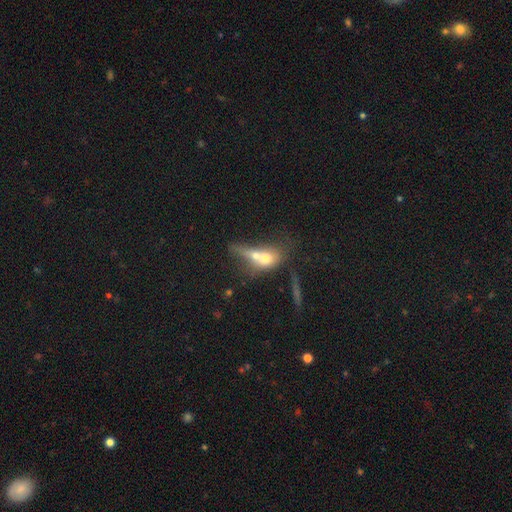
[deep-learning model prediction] smooth 59%, featured or disk 31%, star or artifact 10%. Down the decision tree: how rounded — in between (50%); merging — merger (69%).